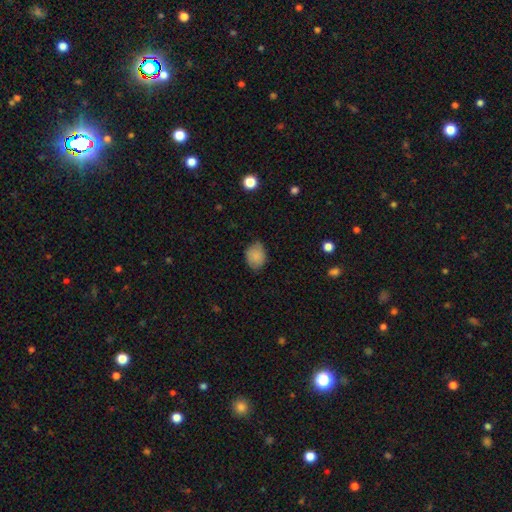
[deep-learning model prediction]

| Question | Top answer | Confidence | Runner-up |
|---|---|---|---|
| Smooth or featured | smooth | 85% | star or artifact (8%) |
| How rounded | in between | 57% | round (42%) |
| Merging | none | 67% | minor disturbance (27%) |